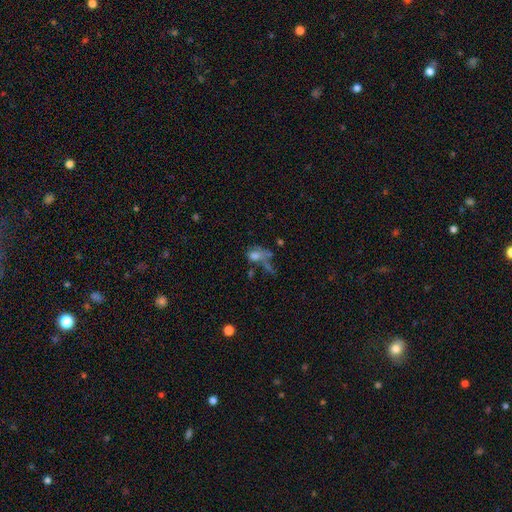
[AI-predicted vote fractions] The model was most divided on "merging": major disturbance: 33%, merger: 31%, none: 24%, minor disturbance: 13%. More confident: how rounded — in between (69%); smooth or featured — smooth (52%).